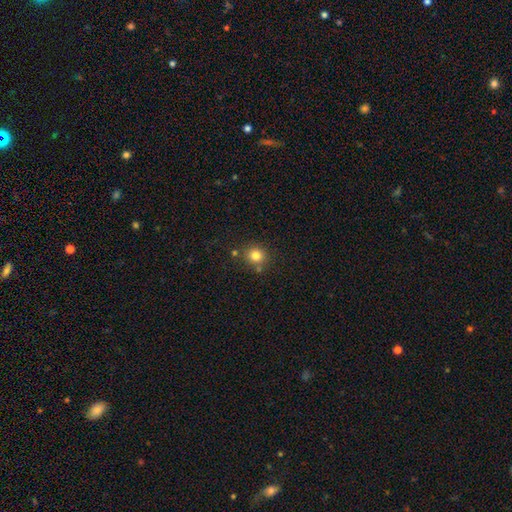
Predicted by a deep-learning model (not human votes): Smooth or featured: smooth — 81% (star or artifact — 12%)
How rounded: round — 86% (in between — 13%)
Merging: none — 78% (minor disturbance — 10%)